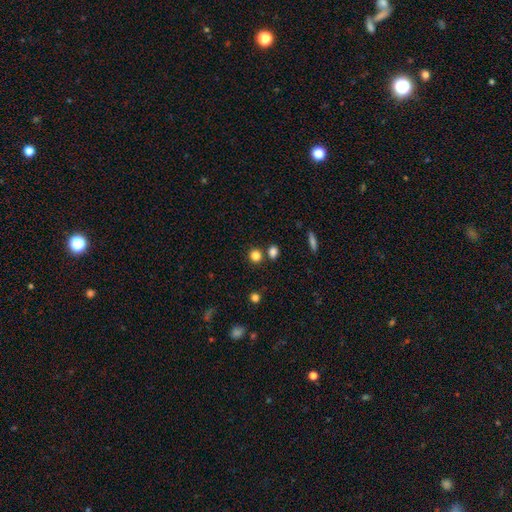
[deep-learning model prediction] smooth_or_featured: smooth (p=0.83) [alt: star or artifact p=0.12]
how_rounded: round (p=0.86) [alt: in between p=0.13]
merging: none (p=0.74) [alt: merger p=0.16]